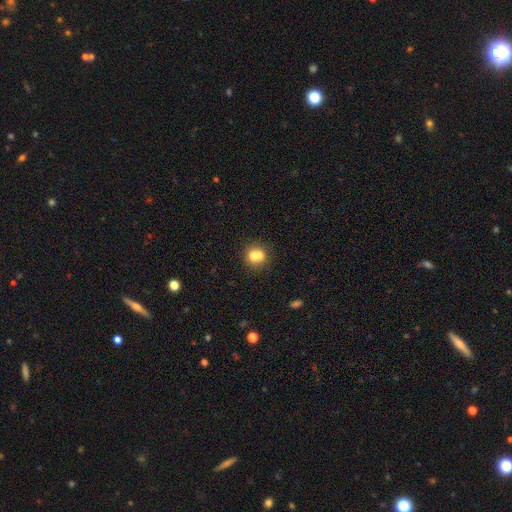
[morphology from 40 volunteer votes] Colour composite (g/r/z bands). It shows a smooth galaxy with no disk features (60%) that is round (75%). Merging: merger (53%).